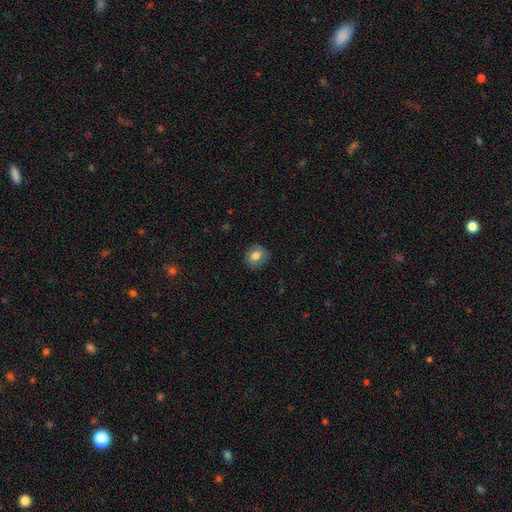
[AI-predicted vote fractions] smooth 76%, featured or disk 15%, star or artifact 9%. Down the decision tree: how rounded — round (74%); merging — none (80%).